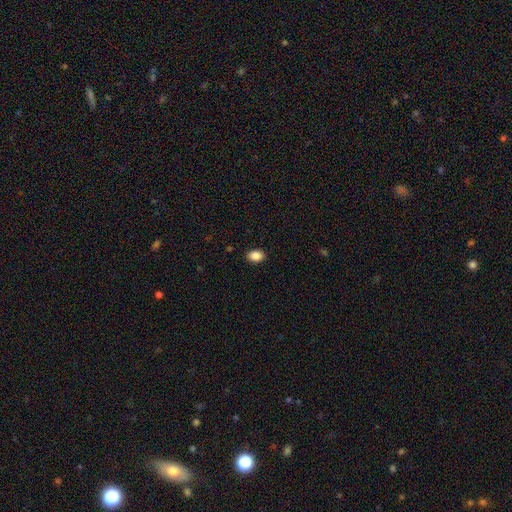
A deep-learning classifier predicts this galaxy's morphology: smooth-or-featured: smooth: 87% | star or artifact: 9% | featured or disk: 4%
  how-rounded: in between: 76% | round: 23% | cigar-shaped: 1%
  merging: none: 89% | minor disturbance: 8% | major disturbance: 2% | merger: 1%